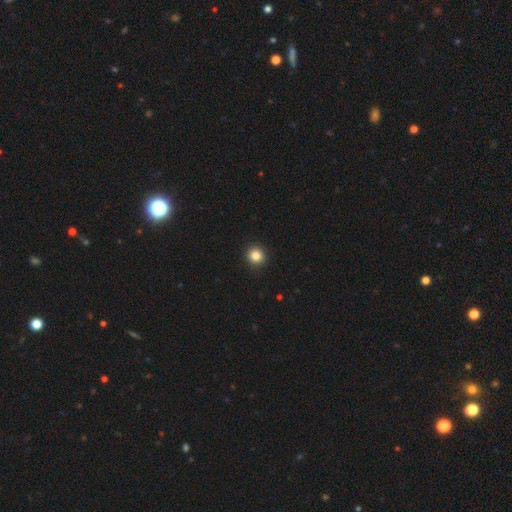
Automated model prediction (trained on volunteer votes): smooth_or_featured: smooth (p=0.85) [alt: star or artifact p=0.11]
how_rounded: round (p=0.92) [alt: in between p=0.08]
merging: none (p=0.93) [alt: minor disturbance p=0.05]